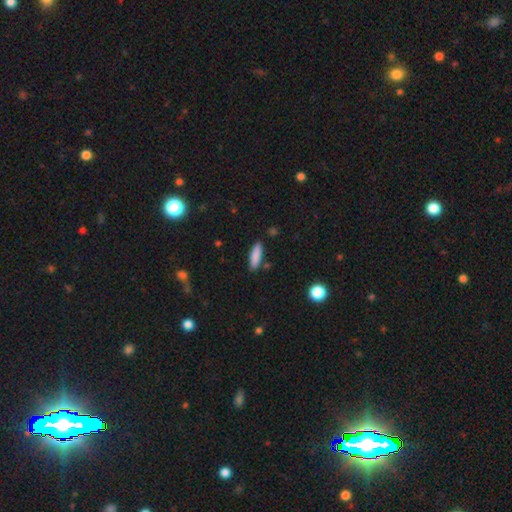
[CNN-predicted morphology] type=smooth (86%); roundness=cigar-shaped (62%); merging=none (86%).